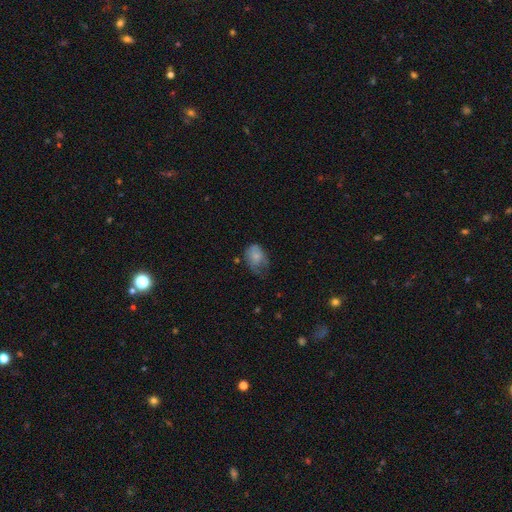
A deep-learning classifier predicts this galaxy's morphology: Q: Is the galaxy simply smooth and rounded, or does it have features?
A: smooth — 70%.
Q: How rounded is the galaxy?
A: in between — 73%.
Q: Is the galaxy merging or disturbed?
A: minor disturbance — 37%.